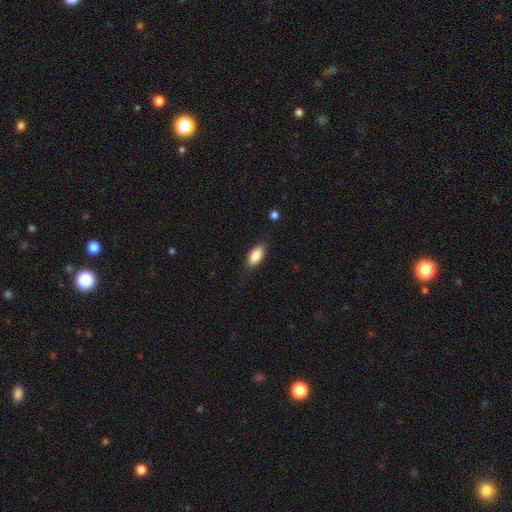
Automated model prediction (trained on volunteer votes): This is clearly a smooth galaxy (86%). How rounded: clearly in between (89%). Merging: clearly none (82%).